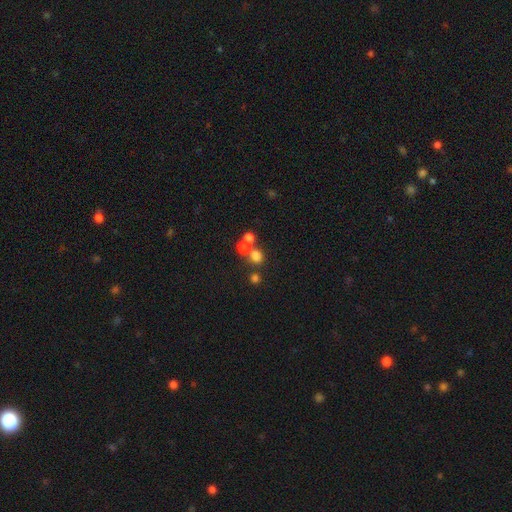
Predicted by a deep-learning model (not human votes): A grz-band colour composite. It shows a smooth galaxy with no disk features (69%) that is round (86%). Merging: none (55%).